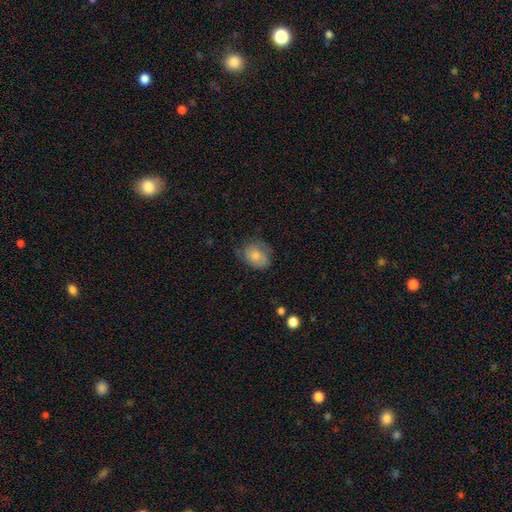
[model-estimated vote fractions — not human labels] A smooth galaxy with no disk features (68%) that is in between round and cigar-shaped (52%).

Vote fractions:
- Smooth or featured? smooth: 68% / featured or disk: 25% / star or artifact: 8%
- How rounded? in between: 52% / round: 47% / cigar-shaped: 1%
- Merging? none: 59% / minor disturbance: 29% / major disturbance: 10% / merger: 2%